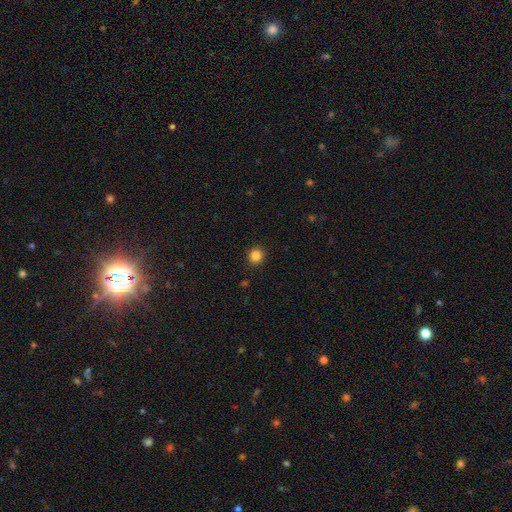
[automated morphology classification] Smooth or featured? smooth (85%)
How rounded? round (90%)
Merging? none (92%)